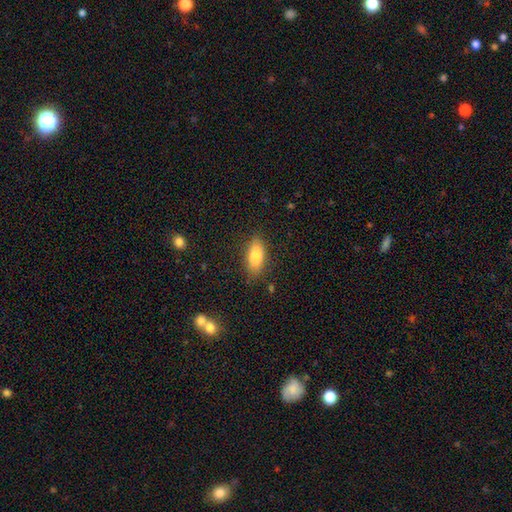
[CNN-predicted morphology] Smooth or featured: smooth — 84% (featured or disk — 10%)
How rounded: in between — 83% (cigar-shaped — 14%)
Merging: none — 82% (minor disturbance — 13%)